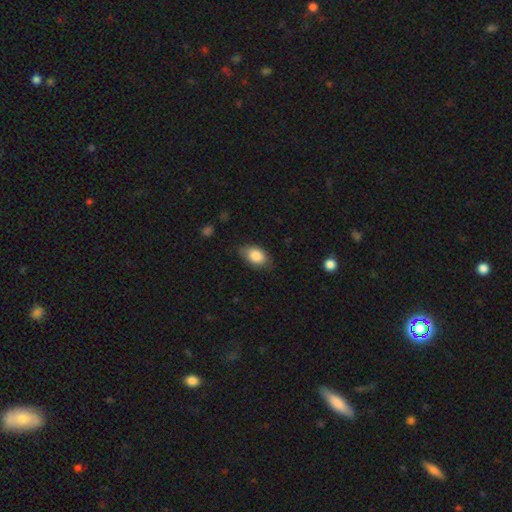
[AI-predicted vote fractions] Smooth or featured? smooth (85%)
How rounded? in between (90%)
Merging? none (74%)